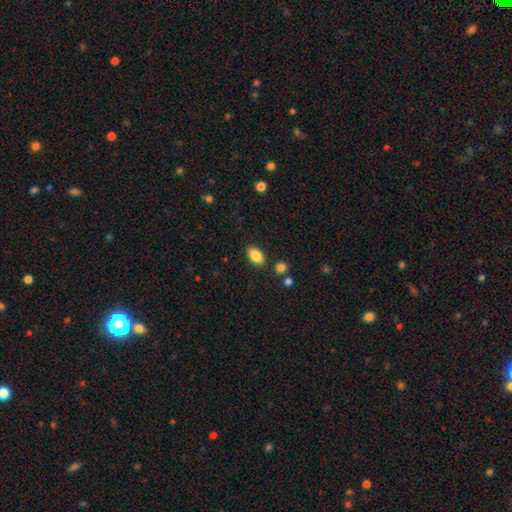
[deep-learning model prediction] This appears to be a smooth galaxy with no disk features (86%) that is in between round and cigar-shaped (91%). Merging: none (85%).